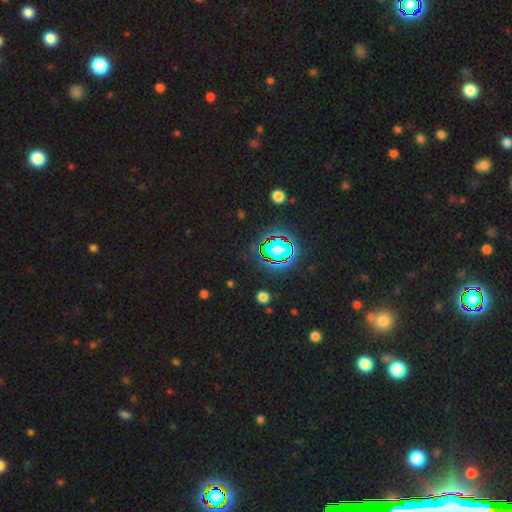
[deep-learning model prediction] Smooth or featured? Predicted: star or artifact (p=0.79).